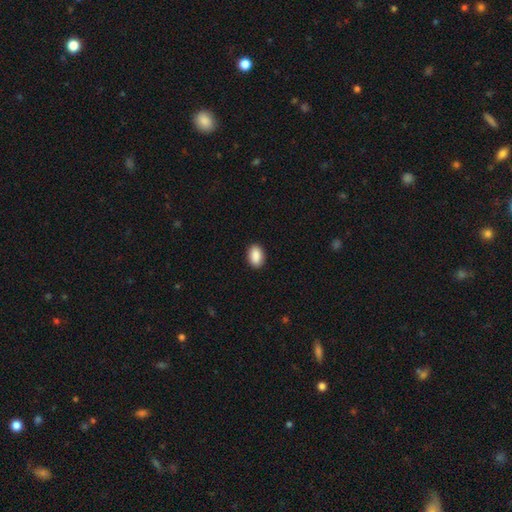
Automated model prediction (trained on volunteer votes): Smooth or featured? smooth (90%)
How rounded? in between (87%)
Merging? none (90%)